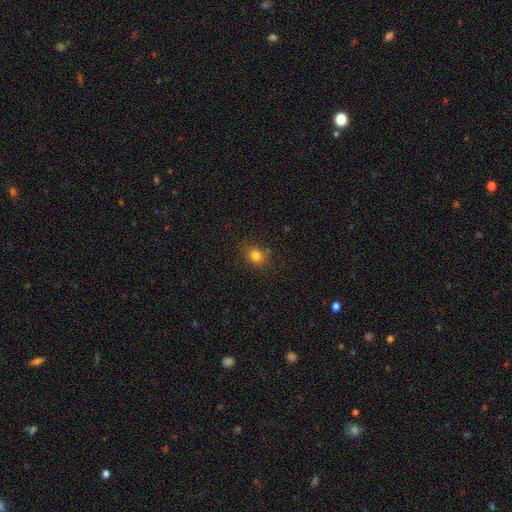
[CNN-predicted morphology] A smooth galaxy with no disk features (79%) that is round (73%).

Vote fractions:
- Smooth or featured? smooth: 79% / star or artifact: 14% / featured or disk: 6%
- How rounded? round: 73% / in between: 26% / cigar-shaped: 1%
- Merging? none: 83% / minor disturbance: 11% / major disturbance: 3% / merger: 3%